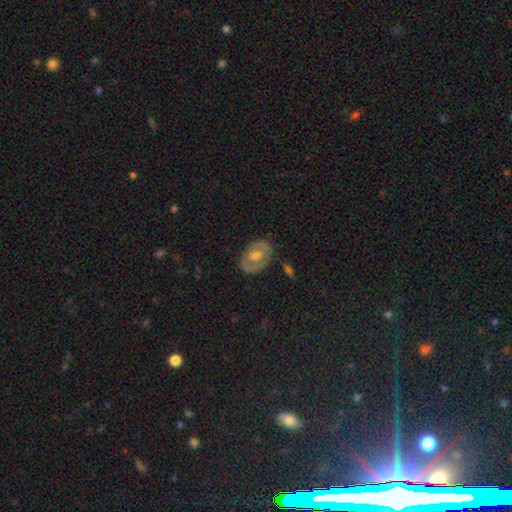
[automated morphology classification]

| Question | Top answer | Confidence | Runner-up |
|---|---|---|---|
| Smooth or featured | featured or disk | 53% | smooth (38%) |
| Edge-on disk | no | 93% | yes (7%) |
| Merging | none | 78% | minor disturbance (16%) |